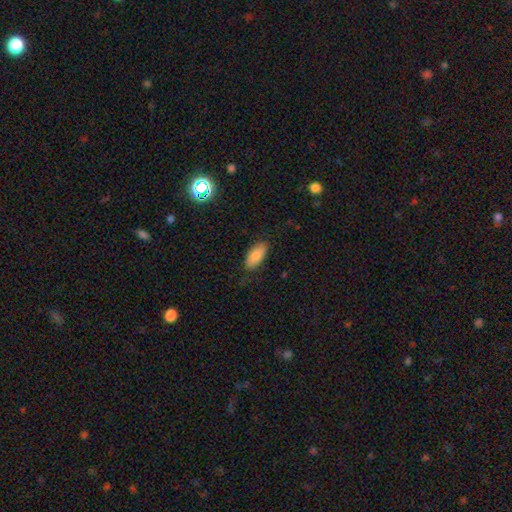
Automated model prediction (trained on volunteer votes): Overall: smooth (84%). How rounded: in between (89%). Merging: none (82%).